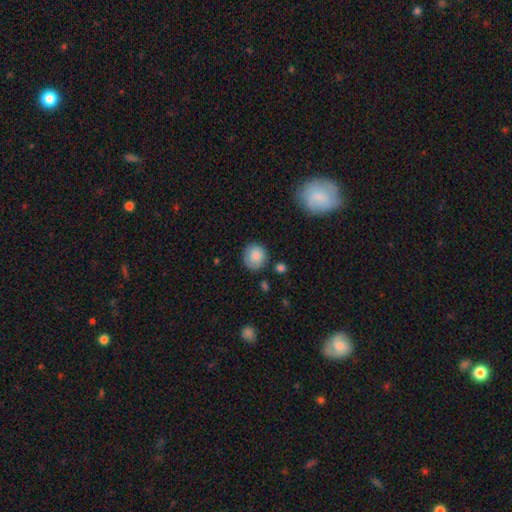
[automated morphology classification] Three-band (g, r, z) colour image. It shows a smooth galaxy with no disk features (81%) that is round (87%). Merging: none (78%).